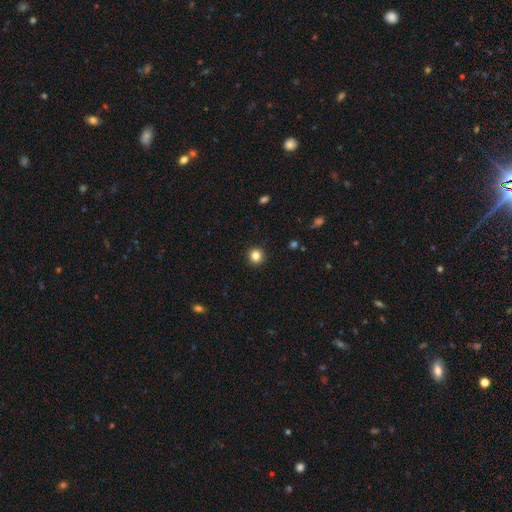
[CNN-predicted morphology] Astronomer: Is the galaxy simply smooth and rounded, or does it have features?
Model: smooth — 83%.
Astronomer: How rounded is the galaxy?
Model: round — 94%.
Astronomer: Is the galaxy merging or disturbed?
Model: none — 93%.